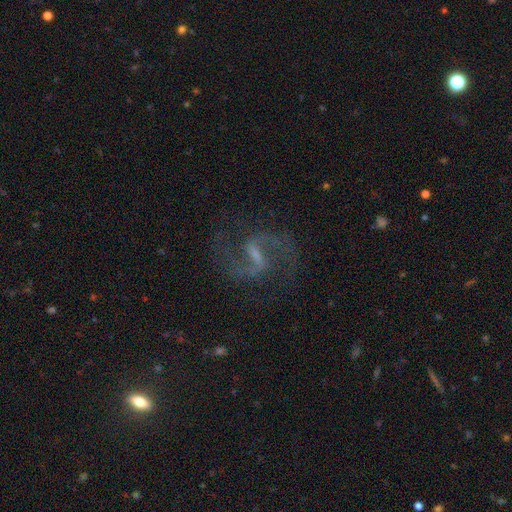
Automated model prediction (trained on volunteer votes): Smooth or featured?
  - featured or disk: 91% *
  - star or artifact: 6%
  - smooth: 4%
Edge-on disk?
  - no: 98% *
  - yes: 2%
Bar?
  - weak: 46% * (tied)
  - strong: 46% * (tied)
  - no: 8%
Spiral arms?
  - yes: 98% *
  - no: 2%
Spiral winding?
  - medium: 57% *
  - loose: 35%
  - tight: 8%
Spiral arm count?
  - 2: 94% *
  - can't tell: 2%
  - 3: 1%
  - 1: 1%
  - 4: 1%
  - more than 4: 1%
Bulge size?
  - small: 39% *
  - none: 36%
  - moderate: 22%
  - large: 3%
  - dominant: 1%
Merging?
  - none: 80% *
  - minor disturbance: 12%
  - major disturbance: 7%
  - merger: 1%